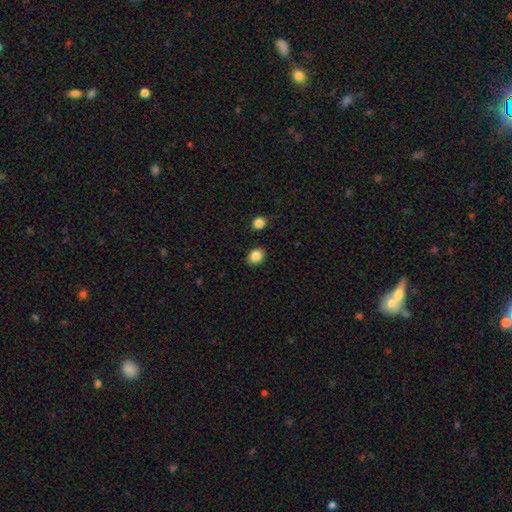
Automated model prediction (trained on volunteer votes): A smooth galaxy with no disk features (86%) that is in between round and cigar-shaped (54%). Merging: none (86%).